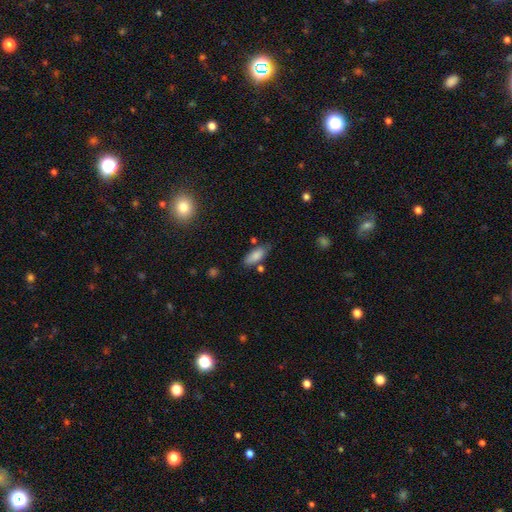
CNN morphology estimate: This is clearly a smooth galaxy (84%). How rounded: likely in between (78%). Merging: likely none (71%).